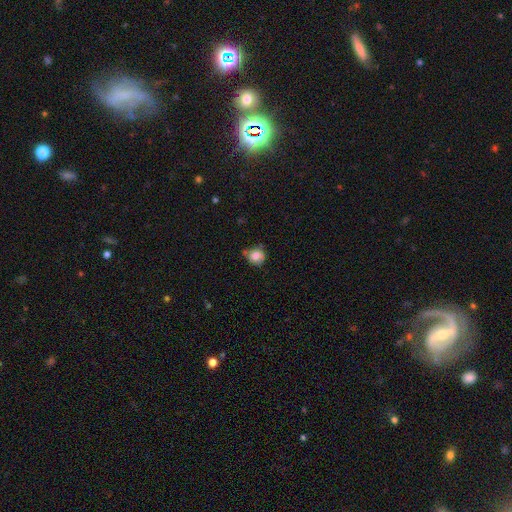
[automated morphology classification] Smooth or featured? Predicted: smooth (p=0.77). How rounded? Predicted: round (p=0.77). Merging? Predicted: none (p=0.54).